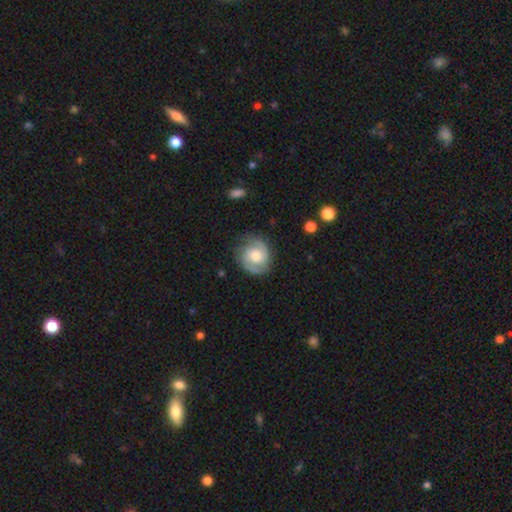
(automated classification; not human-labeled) Q: Smooth or featured?
A: featured or disk (73%); runner-up: smooth (21%)
Q: Edge-on disk?
A: no (98%); runner-up: yes (2%)
Q: Bar?
A: no (63%); runner-up: weak (32%)
Q: Spiral arms?
A: yes (94%); runner-up: no (6%)
Q: Spiral winding?
A: medium (44%); runner-up: tight (42%)
Q: Spiral arm count?
A: 2 (82%); runner-up: can't tell (8%)
Q: Bulge size?
A: moderate (58%); runner-up: small (21%)
Q: Merging?
A: none (76%); runner-up: minor disturbance (17%)